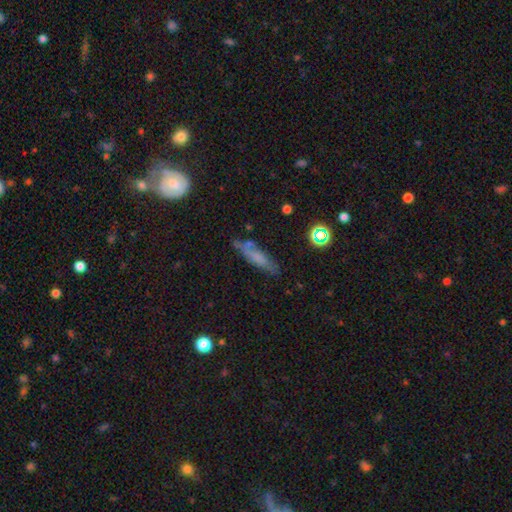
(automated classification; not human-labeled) This is possibly a smooth galaxy (55%). How rounded: likely cigar-shaped (75%). Merging: likely none (67%).